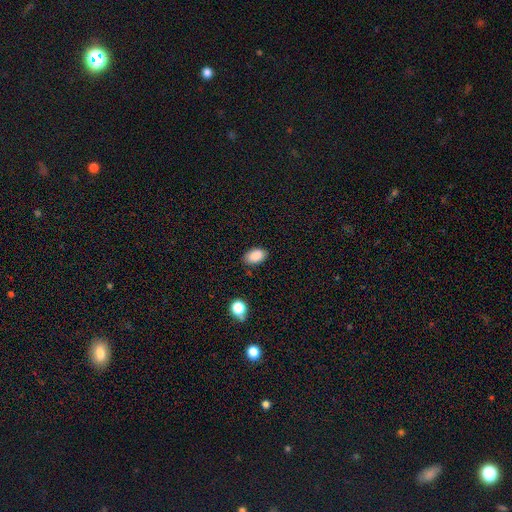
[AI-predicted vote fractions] smooth_or_featured: smooth (p=0.87) [alt: star or artifact p=0.09]
how_rounded: in between (p=0.89) [alt: round p=0.09]
merging: none (p=0.83) [alt: minor disturbance p=0.12]